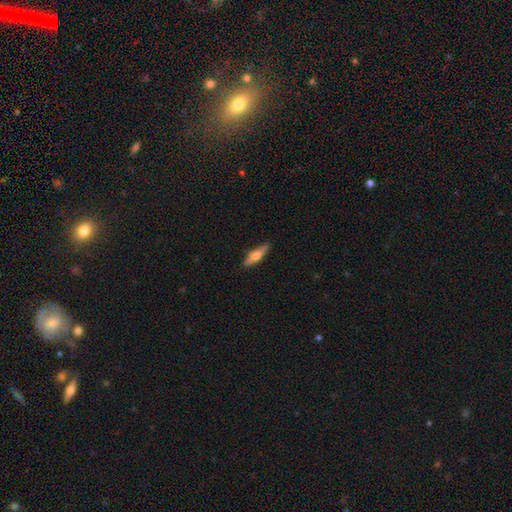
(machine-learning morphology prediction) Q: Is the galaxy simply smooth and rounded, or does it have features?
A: smooth — 49%.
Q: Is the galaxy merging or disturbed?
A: none — 86%.